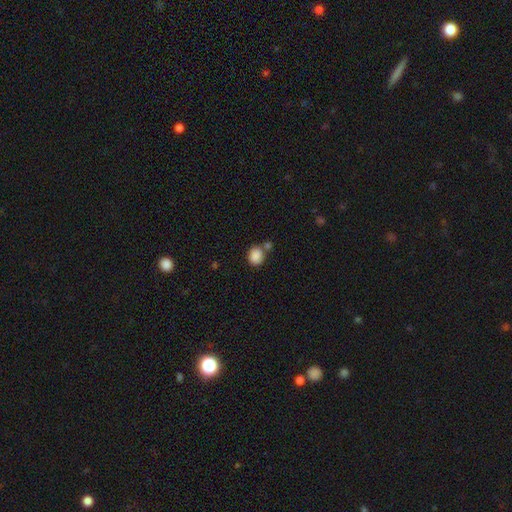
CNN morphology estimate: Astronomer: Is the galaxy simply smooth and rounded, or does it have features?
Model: smooth — 87%.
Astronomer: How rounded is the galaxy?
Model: round — 64%.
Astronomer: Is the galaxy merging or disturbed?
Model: none — 57%.